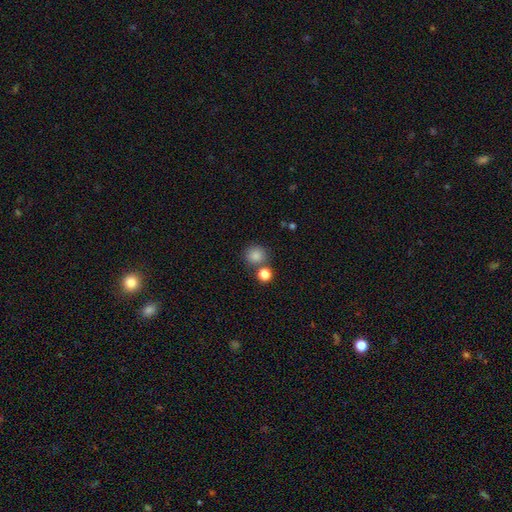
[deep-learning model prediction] smooth_or_featured: smooth (p=0.84) [alt: star or artifact p=0.11]
how_rounded: round (p=0.88) [alt: in between p=0.11]
merging: none (p=0.72) [alt: merger p=0.16]